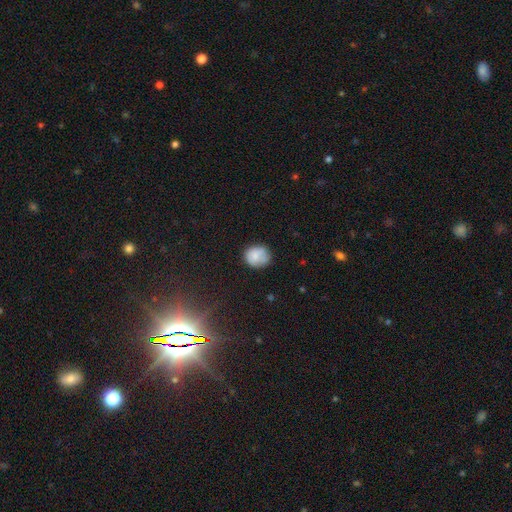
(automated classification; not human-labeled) Smooth or featured: smooth — 75% (featured or disk — 15%)
How rounded: round — 74% (in between — 25%)
Merging: none — 66% (minor disturbance — 25%)